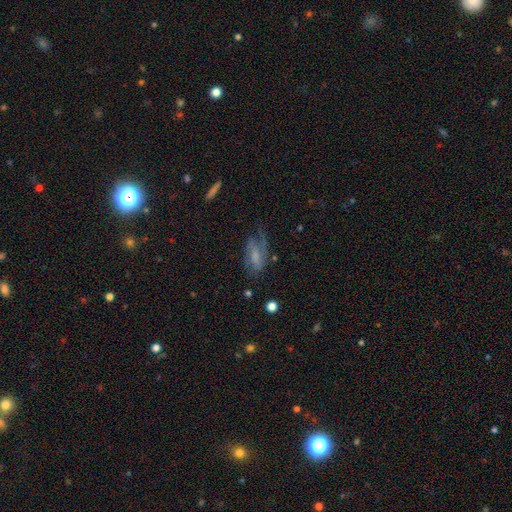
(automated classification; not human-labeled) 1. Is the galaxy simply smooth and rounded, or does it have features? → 51% featured or disk, 39% smooth, 10% star or artifact.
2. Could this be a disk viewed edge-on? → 89% no, 11% yes.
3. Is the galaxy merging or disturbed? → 41% none, 30% major disturbance, 26% minor disturbance, 3% merger.